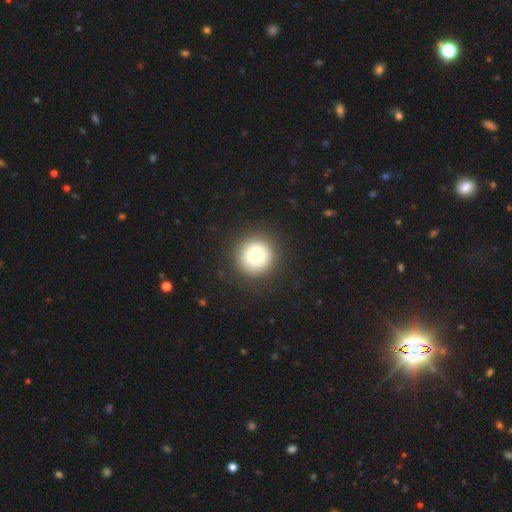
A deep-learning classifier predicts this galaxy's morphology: This is likely a smooth galaxy (75%). How rounded: clearly round (96%). Merging: clearly none (91%).